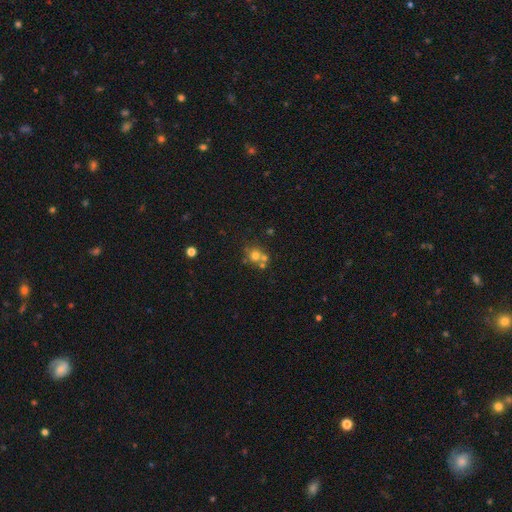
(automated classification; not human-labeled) smooth_or_featured: smooth (p=0.67) [alt: star or artifact p=0.17]
how_rounded: round (p=0.85) [alt: in between p=0.15]
merging: none (p=0.52) [alt: merger p=0.36]